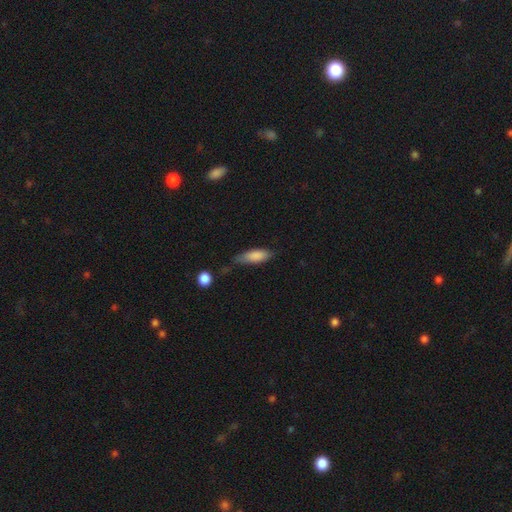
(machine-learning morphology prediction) Q: Smooth or featured?
A: smooth (84%); runner-up: featured or disk (10%)
Q: How rounded?
A: in between (64%); runner-up: cigar-shaped (34%)
Q: Merging?
A: none (55%); runner-up: minor disturbance (32%)